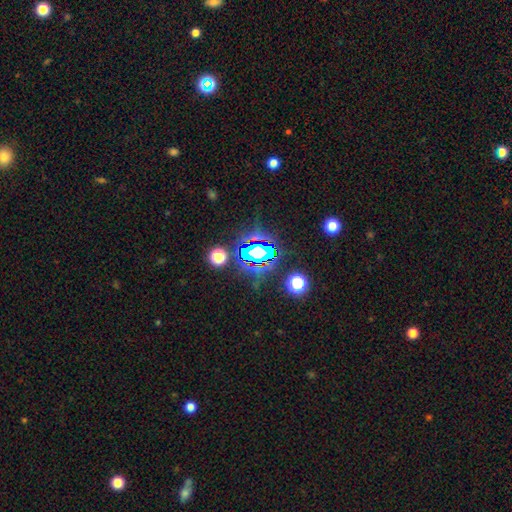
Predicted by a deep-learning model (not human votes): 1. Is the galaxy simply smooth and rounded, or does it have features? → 68% star or artifact, 19% smooth, 13% featured or disk.